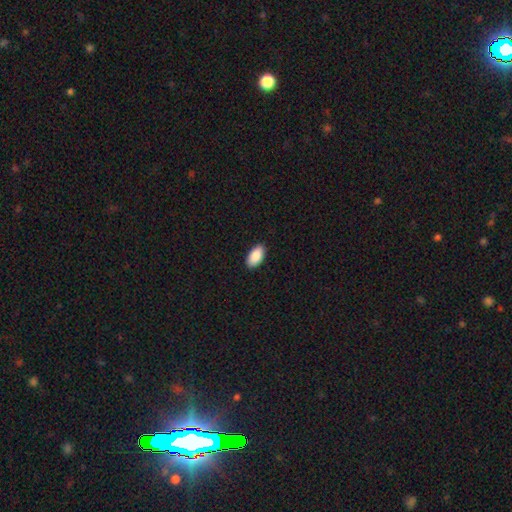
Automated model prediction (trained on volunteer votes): smooth 88%, star or artifact 6%, featured or disk 6%. Down the decision tree: how rounded — in between (95%); merging — none (90%).